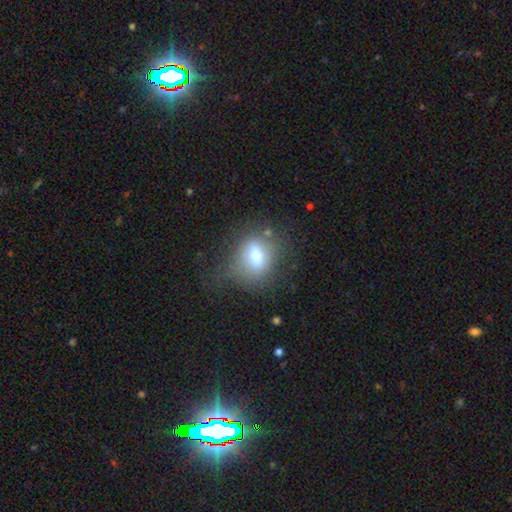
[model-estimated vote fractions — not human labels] Q: Smooth or featured?
A: smooth (68%); runner-up: featured or disk (21%)
Q: How rounded?
A: in between (55%); runner-up: round (42%)
Q: Merging?
A: none (60%); runner-up: minor disturbance (22%)